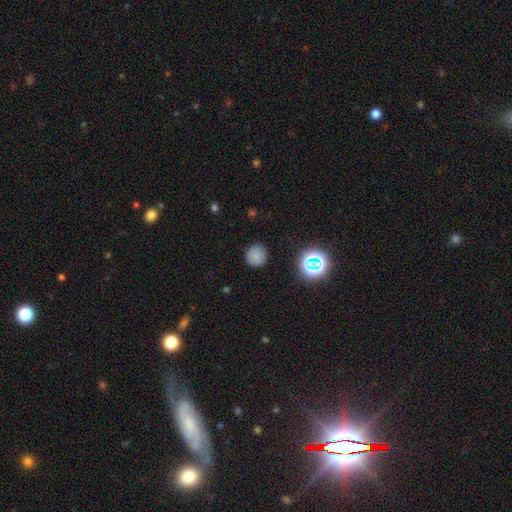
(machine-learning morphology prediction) smooth_or_featured: smooth (p=0.77) [alt: star or artifact p=0.17]
how_rounded: round (p=0.93) [alt: in between p=0.06]
merging: none (p=0.87) [alt: minor disturbance p=0.09]